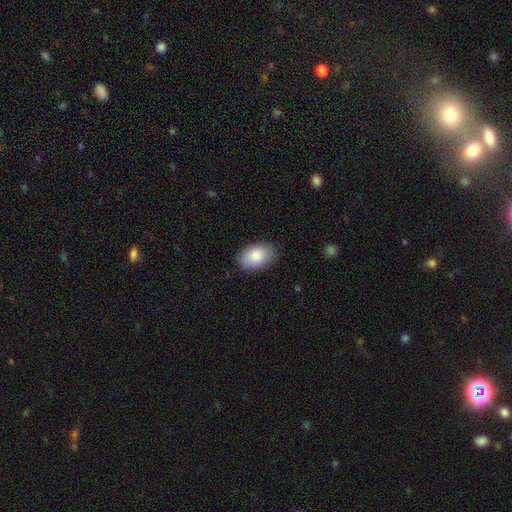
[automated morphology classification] type=smooth (85%); roundness=in between (87%); merging=none (85%).